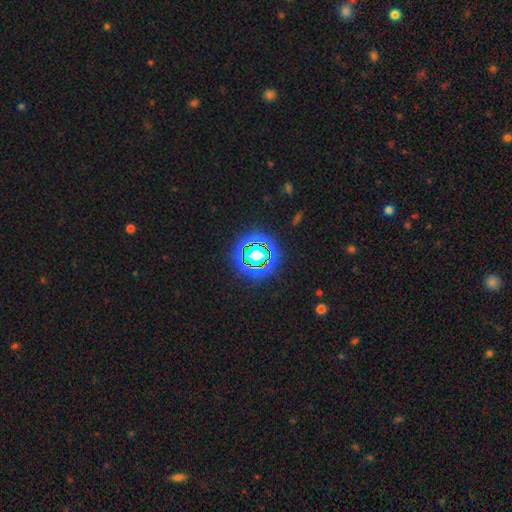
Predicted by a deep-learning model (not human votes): This is likely a star or artifact rather than a galaxy (71%).